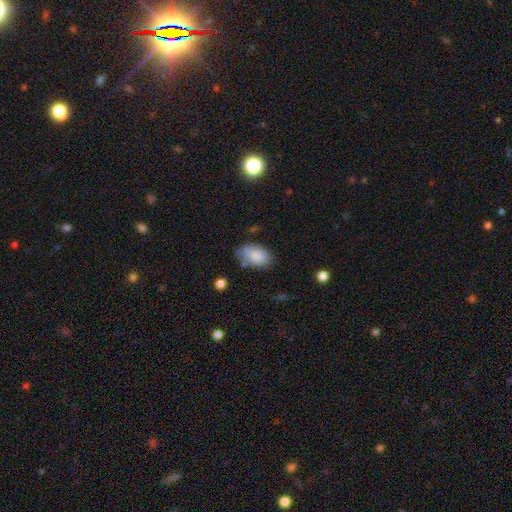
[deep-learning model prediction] Overall: smooth (86%). How rounded: in between (92%). Merging: none (68%).